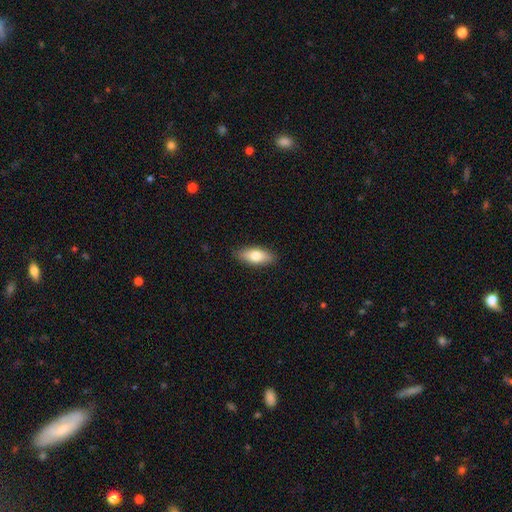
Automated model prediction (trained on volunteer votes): Morphology: type=smooth (76%); roundness=in between (79%); merging=none (87%).